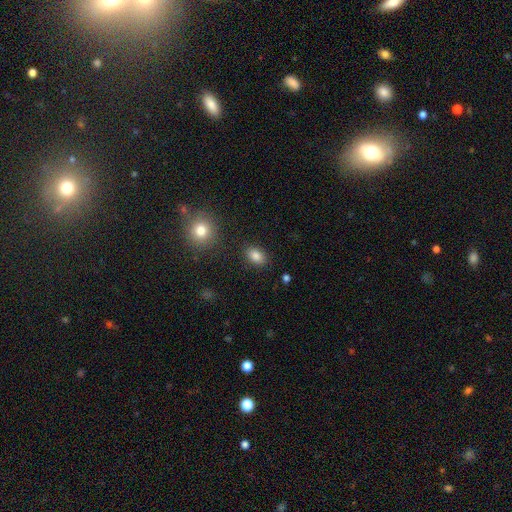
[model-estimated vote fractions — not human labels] A smooth galaxy with no disk features (85%) that is in between round and cigar-shaped (82%).

Vote fractions:
- Smooth or featured? smooth: 85% / star or artifact: 9% / featured or disk: 6%
- How rounded? in between: 82% / round: 16% / cigar-shaped: 1%
- Merging? none: 86% / minor disturbance: 9% / major disturbance: 3% / merger: 2%